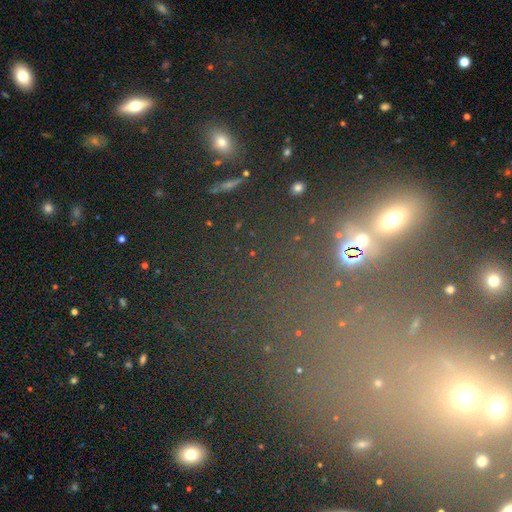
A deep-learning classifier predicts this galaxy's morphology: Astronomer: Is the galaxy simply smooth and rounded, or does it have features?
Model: star or artifact — 52% (runner-up: smooth, 33%).